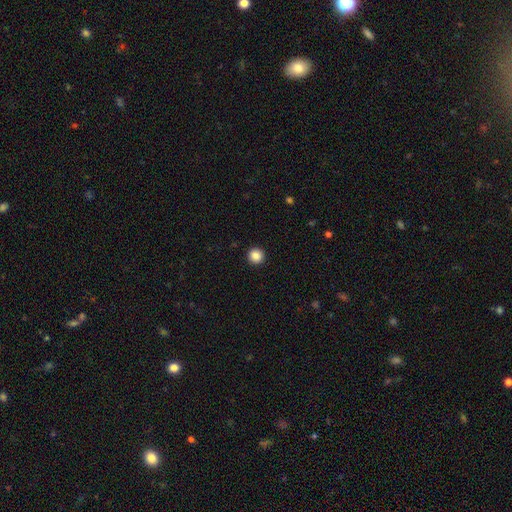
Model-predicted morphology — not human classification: Smooth or featured?
  - smooth: 87% *
  - star or artifact: 10%
  - featured or disk: 3%
How rounded?
  - round: 95% *
  - in between: 4%
  - cigar-shaped: 1%
Merging?
  - none: 93% *
  - minor disturbance: 4%
  - major disturbance: 1%
  - merger: 1%